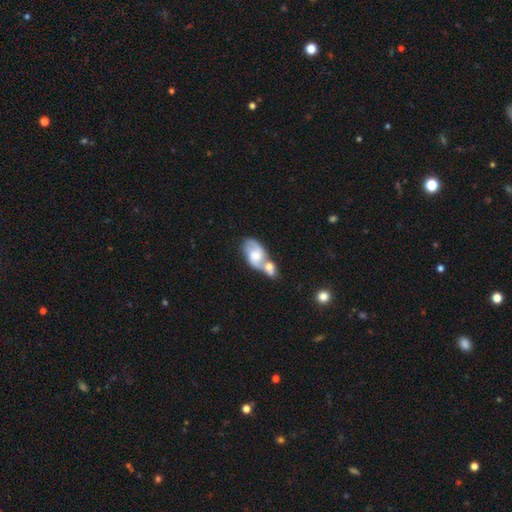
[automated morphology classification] type=featured or disk (57%); edge-on=no (95%); bar=no (63%); spiral arms=yes (78%); bulge=moderate (49%); merging=merger (65%).